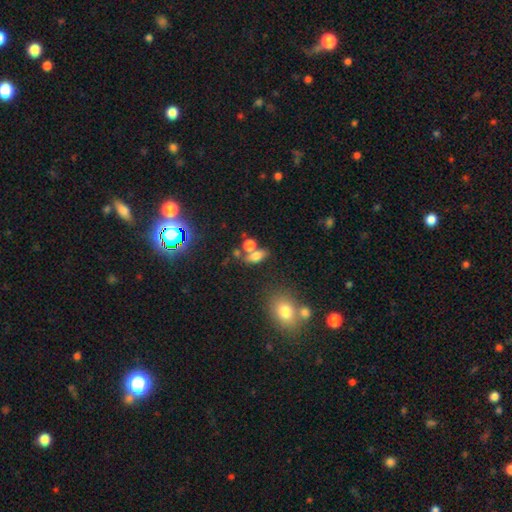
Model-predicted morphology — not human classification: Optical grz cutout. It shows a smooth galaxy with no disk features (71%) that is in between round and cigar-shaped (76%). Merging: none (47%).